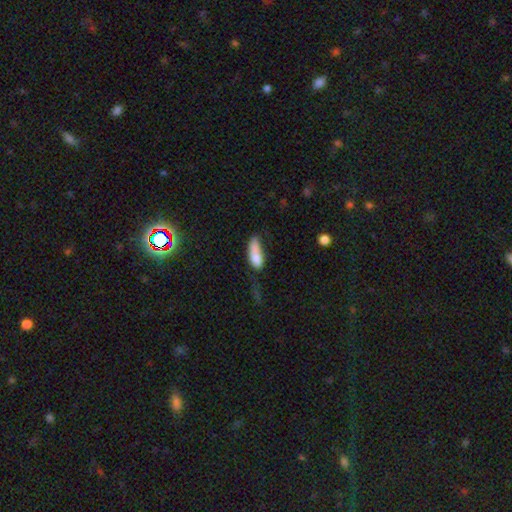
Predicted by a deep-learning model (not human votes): Smooth or featured? smooth (79%)
How rounded? in between (64%)
Merging? minor disturbance (31%)